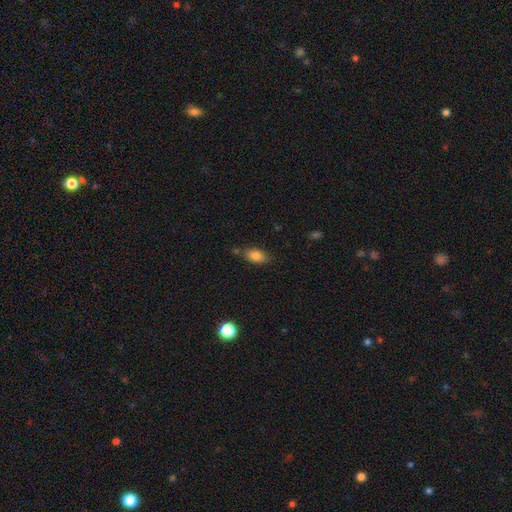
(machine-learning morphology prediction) This appears to be a smooth galaxy with no disk features (82%) that is in between round and cigar-shaped (88%). Merging: none (73%).